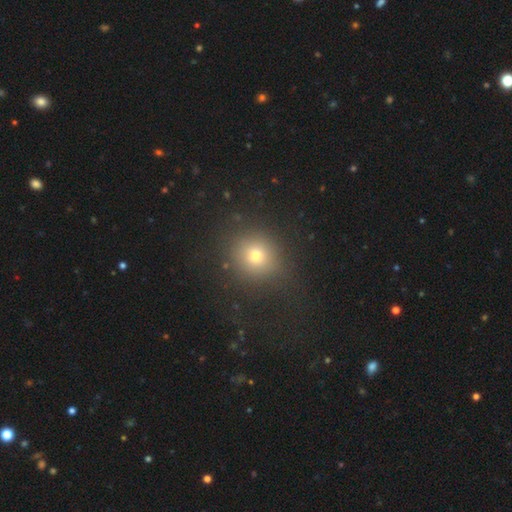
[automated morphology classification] Overall: smooth (72%). How rounded: round (88%). Merging: none (84%).